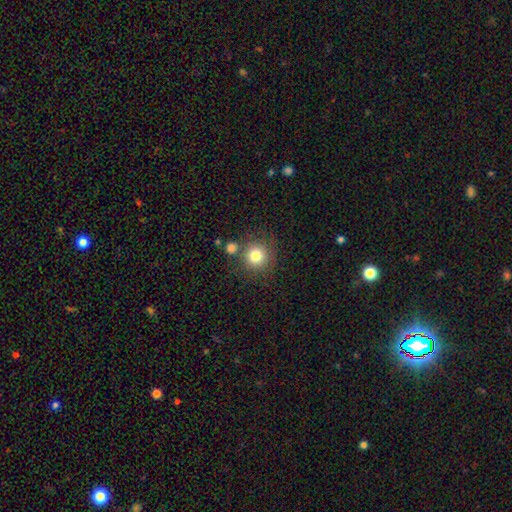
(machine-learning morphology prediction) Smooth or featured?
  - smooth: 78% *
  - star or artifact: 12%
  - featured or disk: 10%
How rounded?
  - round: 93% *
  - in between: 6%
  - cigar-shaped: 1%
Merging?
  - none: 70% *
  - merger: 16%
  - minor disturbance: 10%
  - major disturbance: 4%